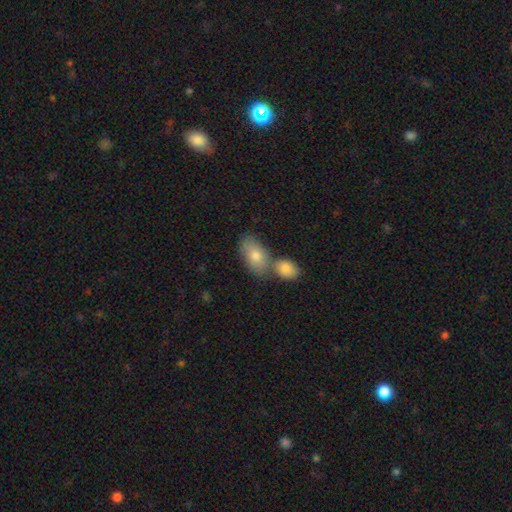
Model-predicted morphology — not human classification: This appears to be a smooth galaxy with no disk features (77%) that is in between round and cigar-shaped (91%). Merging: none (45%).